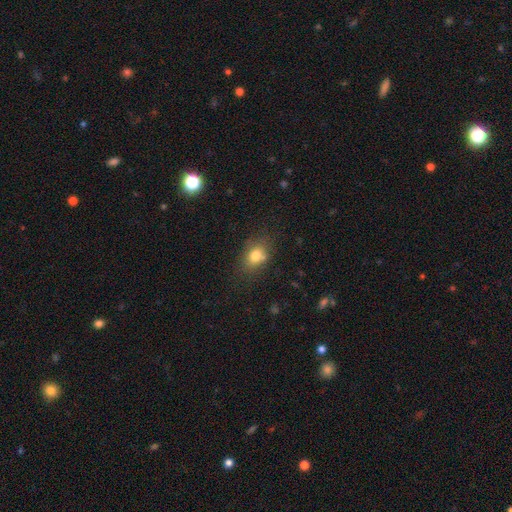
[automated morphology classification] This appears to be a smooth galaxy with no disk features (77%) that is in between round and cigar-shaped (65%). Merging: none (68%).